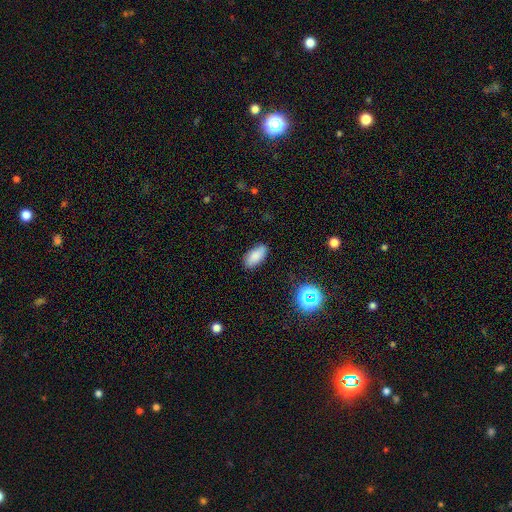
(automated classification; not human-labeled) smooth-or-featured: smooth: 84% | star or artifact: 9% | featured or disk: 7%
  how-rounded: in between: 90% | cigar-shaped: 8% | round: 3%
  merging: none: 83% | minor disturbance: 13% | major disturbance: 3% | merger: 1%